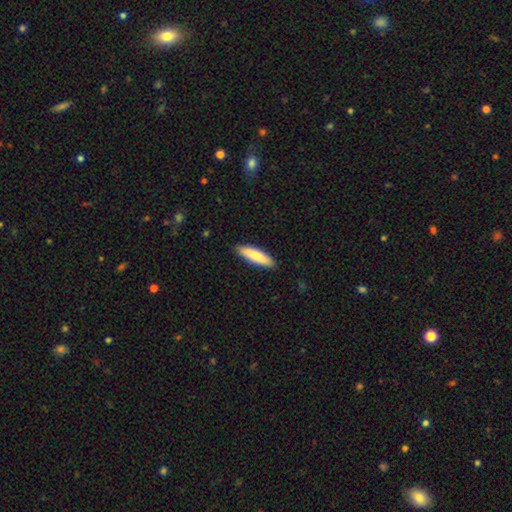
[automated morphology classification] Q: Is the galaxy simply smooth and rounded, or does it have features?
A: smooth — 84%.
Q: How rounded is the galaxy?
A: cigar-shaped — 72%.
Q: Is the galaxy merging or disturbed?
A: none — 90%.